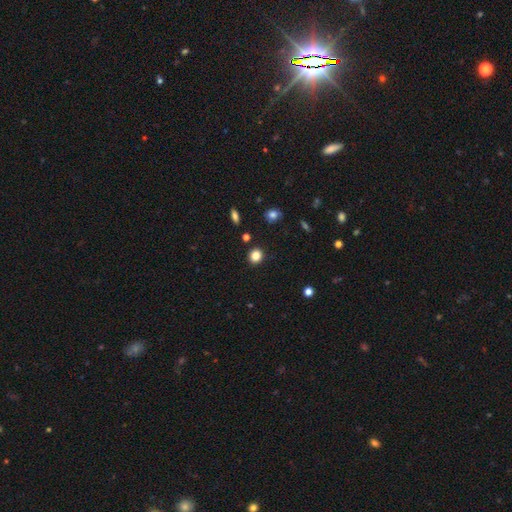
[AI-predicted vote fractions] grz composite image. It shows a smooth galaxy with no disk features (84%) that is round (85%). Merging: none (90%).